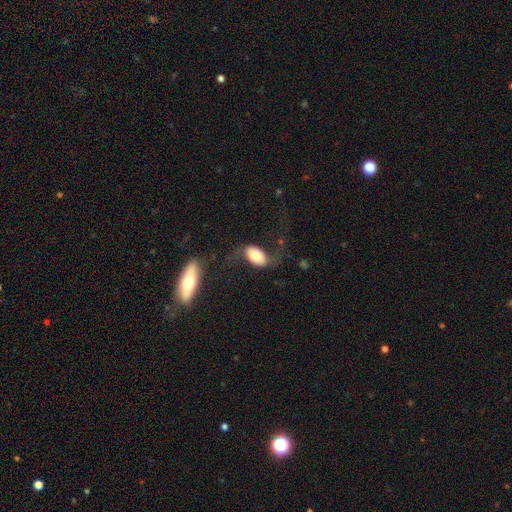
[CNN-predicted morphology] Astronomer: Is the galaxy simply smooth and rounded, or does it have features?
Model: smooth — 62%.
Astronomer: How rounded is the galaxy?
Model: in between — 93%.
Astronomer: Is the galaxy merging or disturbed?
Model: none — 56%.